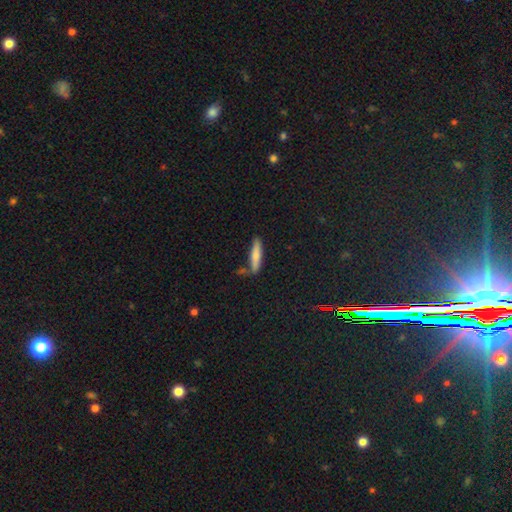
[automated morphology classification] Q: Smooth or featured?
A: smooth (73%); runner-up: featured or disk (20%)
Q: How rounded?
A: cigar-shaped (84%); runner-up: in between (15%)
Q: Merging?
A: none (73%); runner-up: minor disturbance (16%)